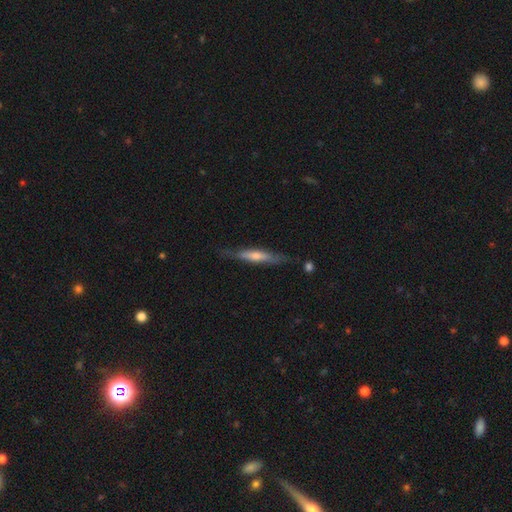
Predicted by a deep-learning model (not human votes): Overall: featured or disk (61%; smooth 33%). Edge-on disk: yes (91%). Edge-on bulge: rounded (66%). Merging: none (80%).